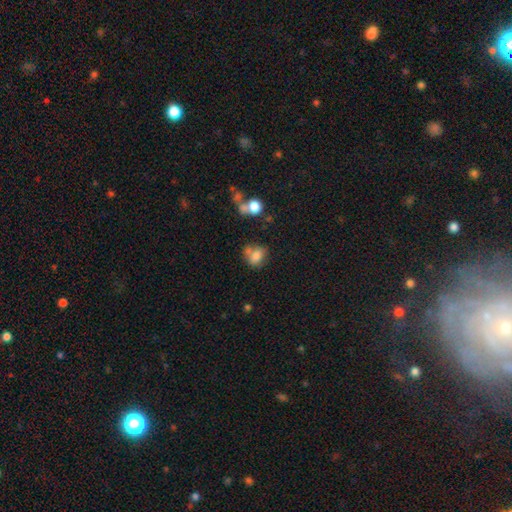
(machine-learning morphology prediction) smooth 76%, featured or disk 13%, star or artifact 11%. Down the decision tree: how rounded — in between (53%); merging — none (47%).